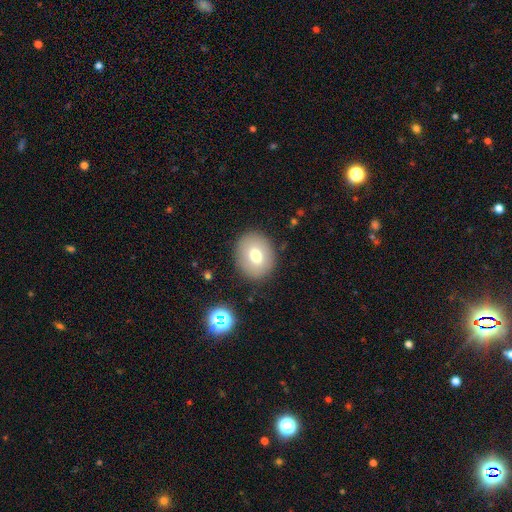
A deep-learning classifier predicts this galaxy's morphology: smooth 71%, featured or disk 19%, star or artifact 10%. Down the decision tree: how rounded — round (57%); merging — none (87%).